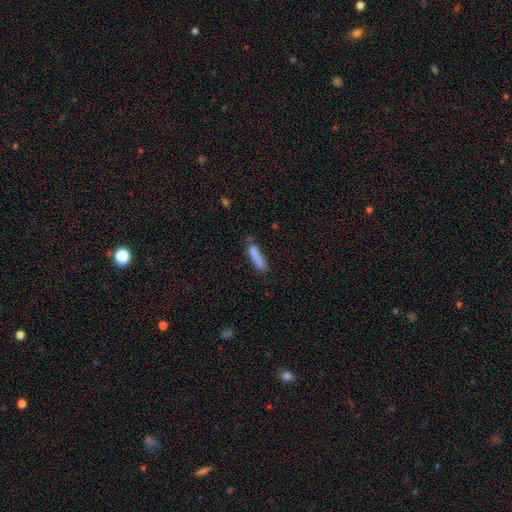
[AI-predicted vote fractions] Overall: smooth (83%). How rounded: cigar-shaped (76%). Merging: none (63%; minor disturbance 25%).